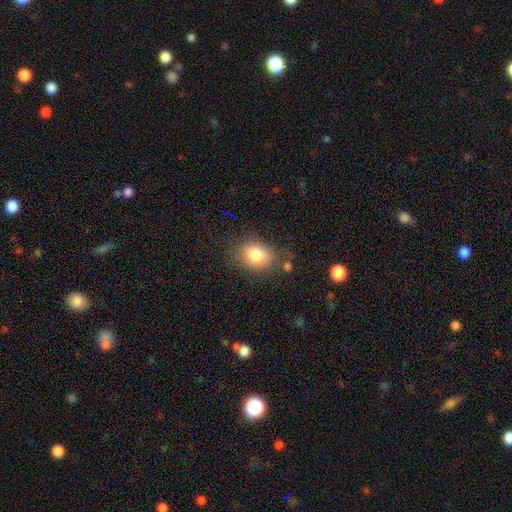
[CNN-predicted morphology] Smooth or featured? smooth (82%)
How rounded? in between (59%)
Merging? none (73%)